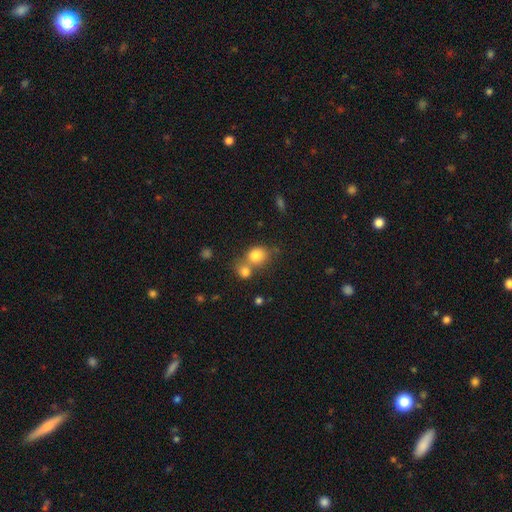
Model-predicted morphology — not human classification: Smooth or featured?
  - smooth: 80% *
  - star or artifact: 11%
  - featured or disk: 9%
How rounded?
  - round: 68% *
  - in between: 31%
  - cigar-shaped: 1%
Merging?
  - merger: 45% *
  - none: 42%
  - minor disturbance: 10%
  - major disturbance: 4%